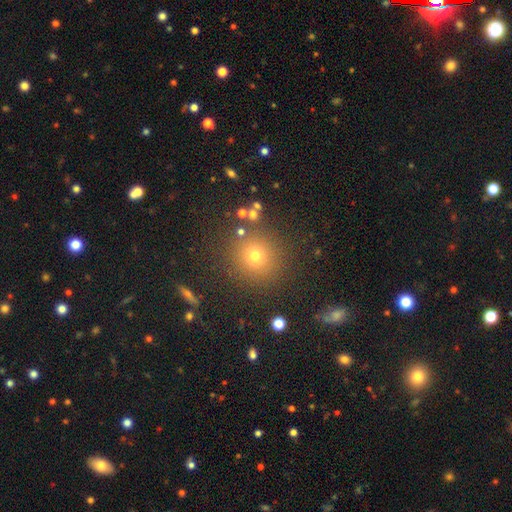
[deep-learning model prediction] Smooth or featured?
  - smooth: 70% *
  - star or artifact: 21%
  - featured or disk: 9%
How rounded?
  - round: 93% *
  - in between: 6%
  - cigar-shaped: 1%
Merging?
  - none: 86% *
  - minor disturbance: 7%
  - major disturbance: 3%
  - merger: 3%